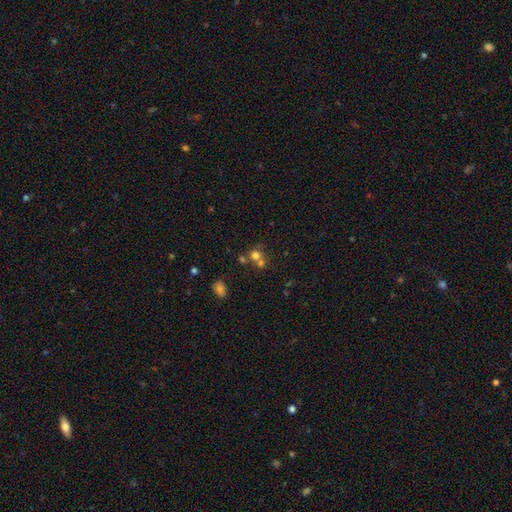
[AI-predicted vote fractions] The model was most divided on "merging": merger: 47%, none: 42%, minor disturbance: 7%, major disturbance: 4%. More confident: how rounded — round (83%); smooth or featured — smooth (68%).